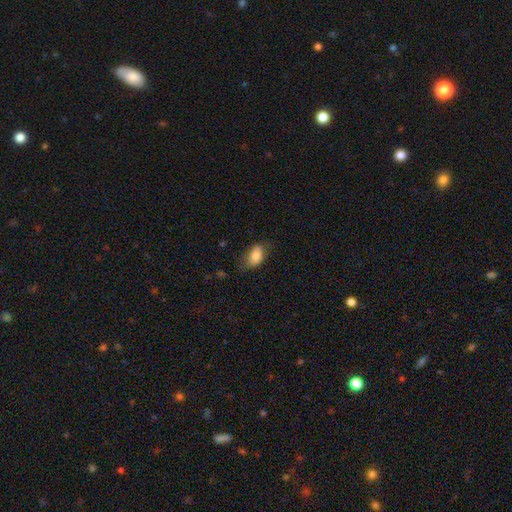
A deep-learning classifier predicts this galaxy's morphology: Smooth or featured? smooth (79%)
How rounded? in between (90%)
Merging? none (63%)